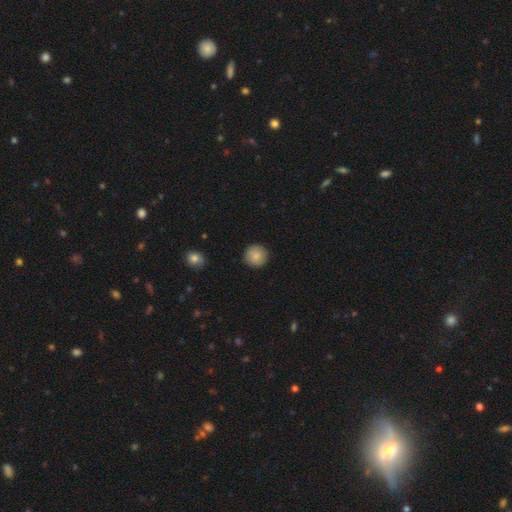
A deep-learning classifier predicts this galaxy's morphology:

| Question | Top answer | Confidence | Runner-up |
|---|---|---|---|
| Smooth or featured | smooth | 87% | star or artifact (8%) |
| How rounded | round | 95% | in between (4%) |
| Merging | none | 91% | minor disturbance (6%) |